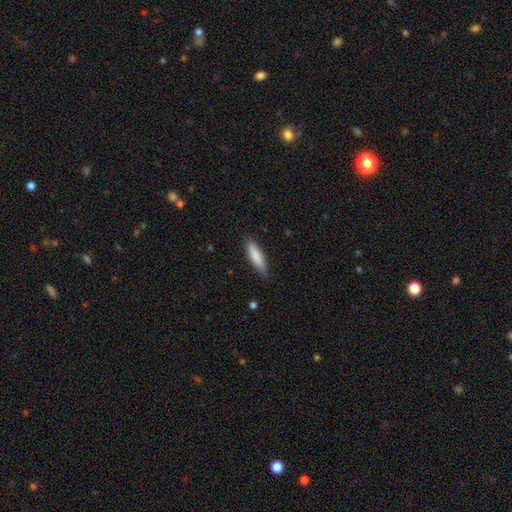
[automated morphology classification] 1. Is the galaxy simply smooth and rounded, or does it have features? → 83% smooth, 11% featured or disk, 6% star or artifact.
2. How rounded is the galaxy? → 65% cigar-shaped, 34% in between, 1% round.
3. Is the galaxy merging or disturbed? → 81% none, 16% minor disturbance, 2% major disturbance, 1% merger.